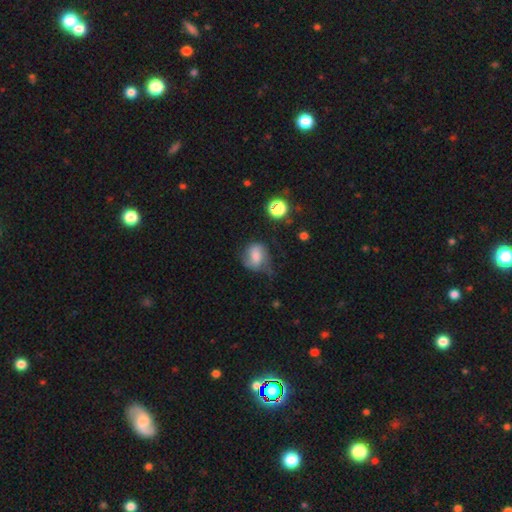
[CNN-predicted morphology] A smooth galaxy with no disk features (53%) that is round (53%).

Vote fractions:
- Smooth or featured? smooth: 53% / featured or disk: 37% / star or artifact: 10%
- How rounded? round: 53% / in between: 46% / cigar-shaped: 1%
- Merging? none: 43% / minor disturbance: 33% / major disturbance: 21% / merger: 3%